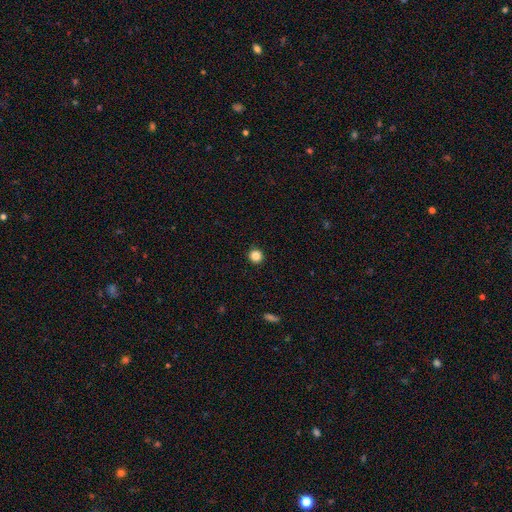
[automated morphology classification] This is clearly a smooth galaxy (85%). How rounded: clearly round (95%). Merging: clearly none (93%).